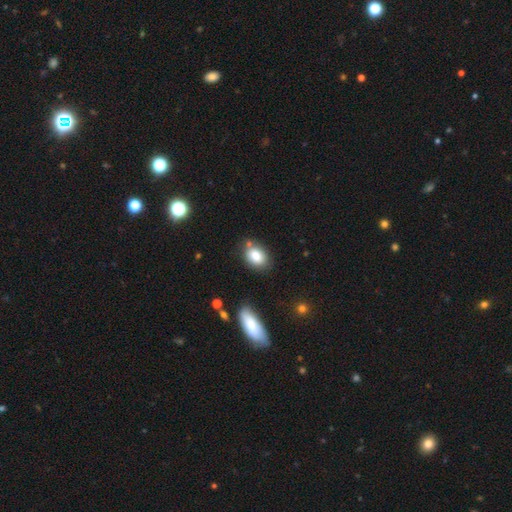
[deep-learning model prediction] smooth-or-featured: smooth: 82% | featured or disk: 10% | star or artifact: 8%
  how-rounded: in between: 73% | round: 26% | cigar-shaped: 1%
  merging: none: 69% | minor disturbance: 16% | merger: 11% | major disturbance: 4%